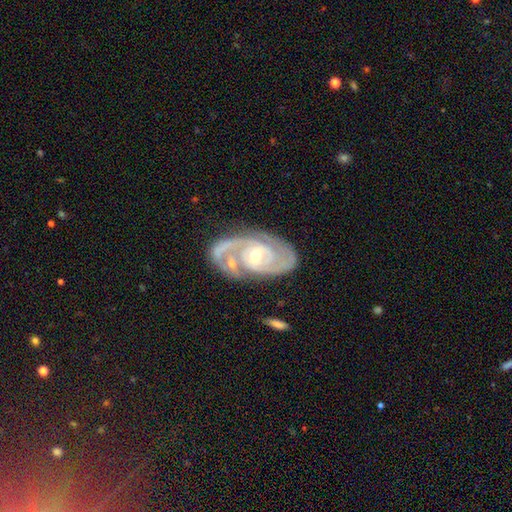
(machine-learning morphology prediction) Smooth or featured? Predicted: featured or disk (p=0.91). Edge-on disk? Predicted: no (p=0.97). Bar? Predicted: weak (p=0.41, tied with no). Spiral arms? Predicted: yes (p=0.98). Spiral winding? Predicted: tight (p=0.56). Spiral arm count? Predicted: 2 (p=0.76). Bulge size? Predicted: moderate (p=0.51). Merging? Predicted: none (p=0.62).